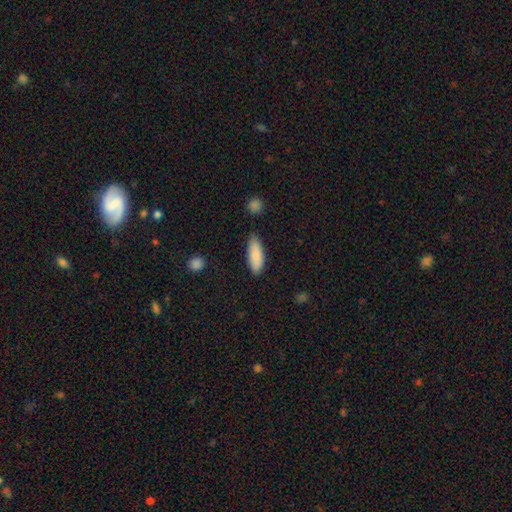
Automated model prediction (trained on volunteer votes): Morphology: type=smooth (86%); roundness=in between (74%); merging=none (76%).